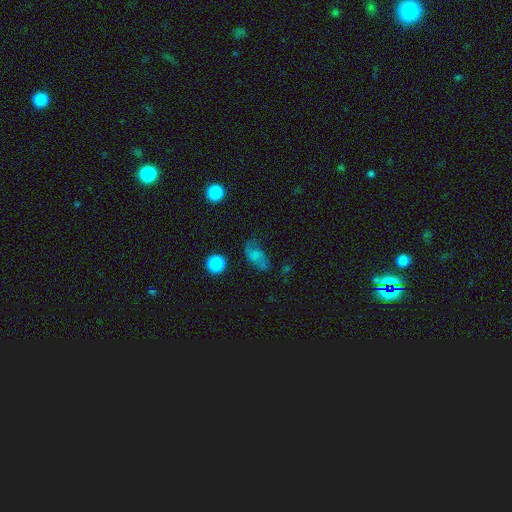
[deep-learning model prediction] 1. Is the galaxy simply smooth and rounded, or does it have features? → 57% smooth, 28% featured or disk, 15% star or artifact.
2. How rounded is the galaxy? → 84% in between, 11% round, 5% cigar-shaped.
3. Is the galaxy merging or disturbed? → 53% none, 26% minor disturbance, 17% major disturbance, 4% merger.